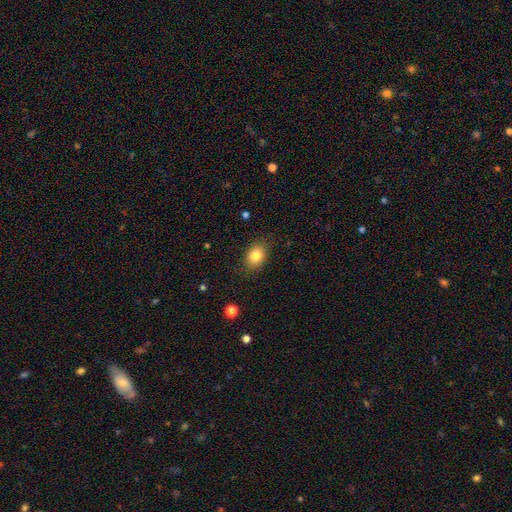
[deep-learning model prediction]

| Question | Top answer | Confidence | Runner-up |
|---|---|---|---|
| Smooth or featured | smooth | 82% | star or artifact (9%) |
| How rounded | in between | 70% | round (29%) |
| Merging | none | 83% | minor disturbance (13%) |